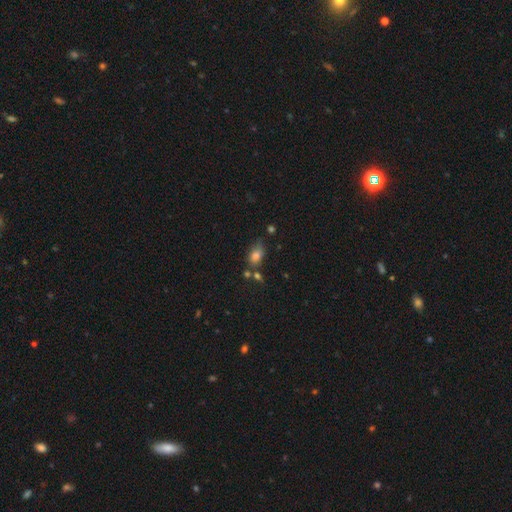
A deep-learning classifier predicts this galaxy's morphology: smooth-or-featured: smooth: 80% | star or artifact: 11% | featured or disk: 10%
  how-rounded: in between: 82% | round: 15% | cigar-shaped: 3%
  merging: none: 53% | minor disturbance: 25% | merger: 14% | major disturbance: 8%